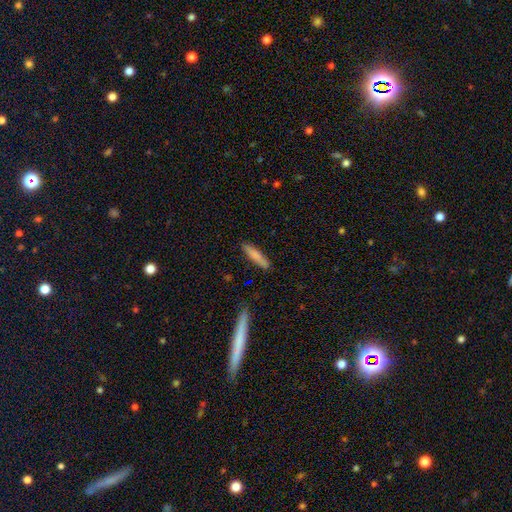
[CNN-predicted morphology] type=smooth (79%); roundness=cigar-shaped (84%); merging=none (85%).